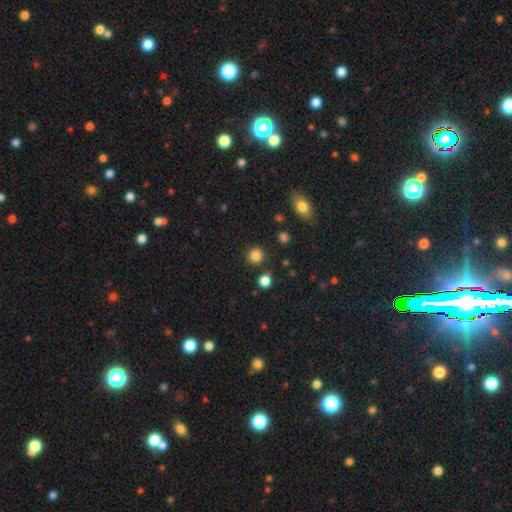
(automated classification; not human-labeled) This is clearly a smooth galaxy (84%). How rounded: clearly round (88%). Merging: clearly none (85%).